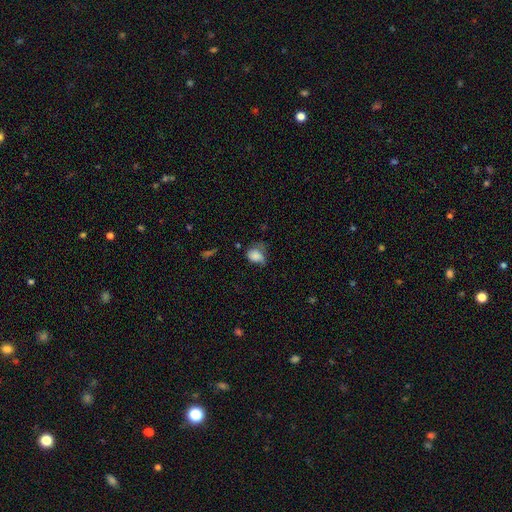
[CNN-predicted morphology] Smooth or featured?
  - smooth: 74% *
  - featured or disk: 15%
  - star or artifact: 11%
How rounded?
  - in between: 67% *
  - round: 31%
  - cigar-shaped: 2%
Merging?
  - minor disturbance: 34% *
  - major disturbance: 31%
  - none: 30%
  - merger: 6%